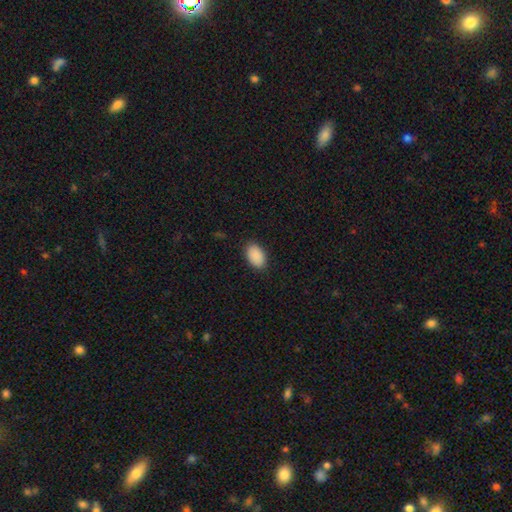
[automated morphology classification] Smooth or featured?
  - smooth: 91% *
  - star or artifact: 7%
  - featured or disk: 3%
How rounded?
  - in between: 93% *
  - round: 6%
  - cigar-shaped: 1%
Merging?
  - none: 89% *
  - minor disturbance: 8%
  - major disturbance: 2%
  - merger: 1%